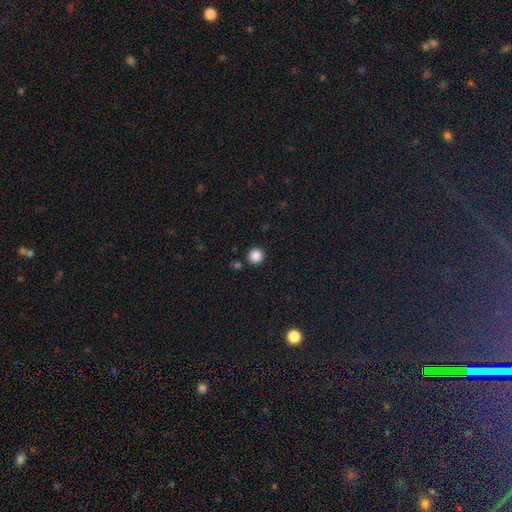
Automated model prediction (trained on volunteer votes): This is clearly a smooth galaxy (86%). How rounded: clearly round (94%). Merging: clearly none (89%).